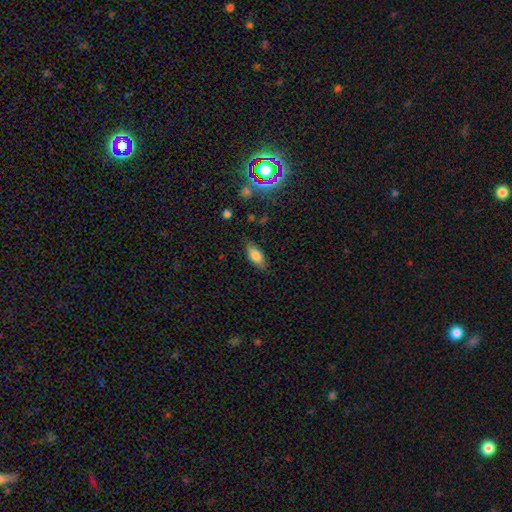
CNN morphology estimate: A smooth galaxy with no disk features (78%) that is in between round and cigar-shaped (84%). Merging: none (82%).